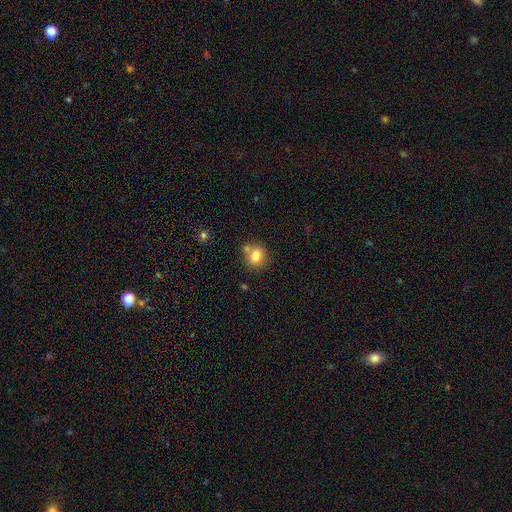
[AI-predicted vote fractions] Smooth or featured?
  - smooth: 80% *
  - featured or disk: 10%
  - star or artifact: 10%
How rounded?
  - round: 58% *
  - in between: 41%
  - cigar-shaped: 1%
Merging?
  - none: 59% *
  - merger: 23%
  - minor disturbance: 14%
  - major disturbance: 4%